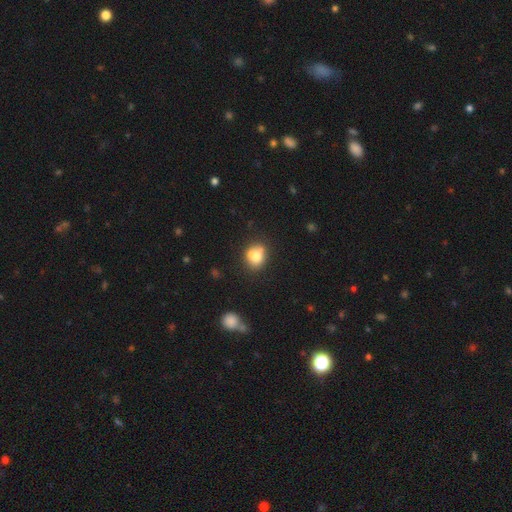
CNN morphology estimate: This appears to be a smooth galaxy with no disk features (75%) that is round (63%). Merging: none (59%).